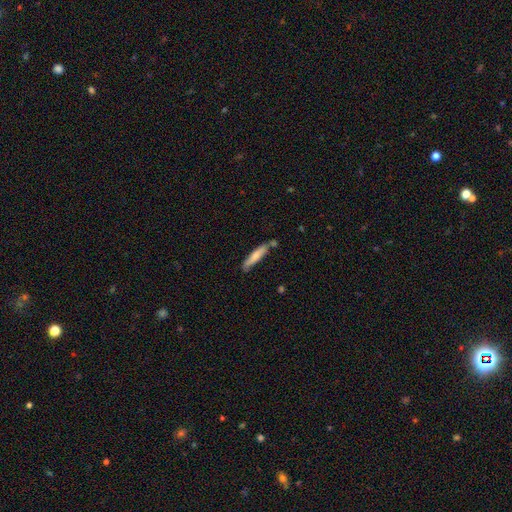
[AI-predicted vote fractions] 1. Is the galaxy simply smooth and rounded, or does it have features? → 69% smooth, 25% featured or disk, 5% star or artifact.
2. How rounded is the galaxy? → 89% cigar-shaped, 10% in between, 1% round.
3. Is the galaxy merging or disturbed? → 71% none, 18% minor disturbance, 8% merger, 3% major disturbance.